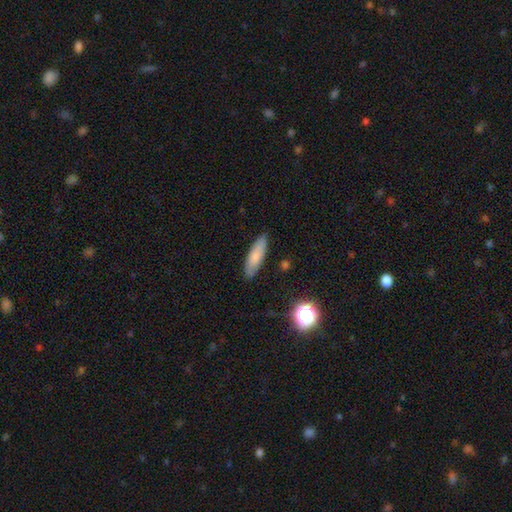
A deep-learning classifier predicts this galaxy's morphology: smooth-or-featured: smooth: 77% | featured or disk: 15% | star or artifact: 8%
  how-rounded: cigar-shaped: 58% | in between: 40% | round: 2%
  merging: none: 85% | minor disturbance: 11% | major disturbance: 2% | merger: 1%